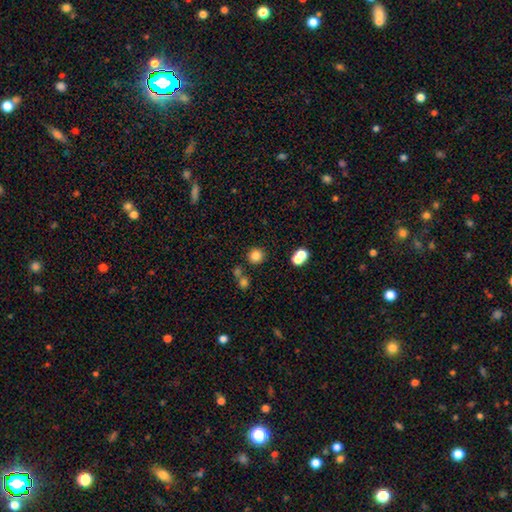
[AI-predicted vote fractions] The model was most divided on "smooth or featured": smooth: 81%, star or artifact: 14%, featured or disk: 5%. More confident: how rounded — round (92%); merging — none (80%).